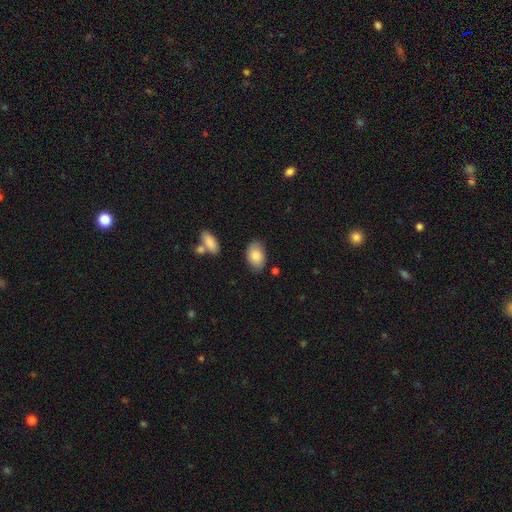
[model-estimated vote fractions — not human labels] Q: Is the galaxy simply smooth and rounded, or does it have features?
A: smooth — 85%.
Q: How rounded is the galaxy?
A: in between — 89%.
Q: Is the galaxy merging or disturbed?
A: none — 79%.